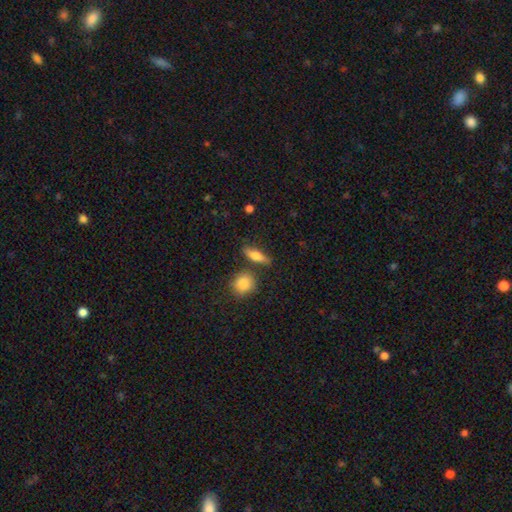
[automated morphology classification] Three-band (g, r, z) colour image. It shows a smooth galaxy with no disk features (69%) that is in between round and cigar-shaped (48%). Merging: none (75%).